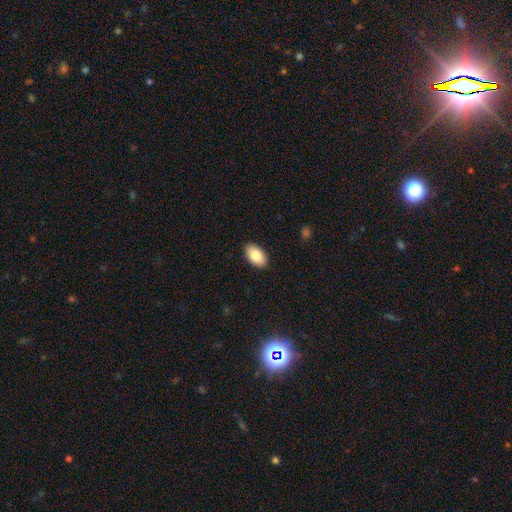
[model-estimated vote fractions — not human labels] Overall: smooth (83%). How rounded: in between (94%). Merging: none (89%).